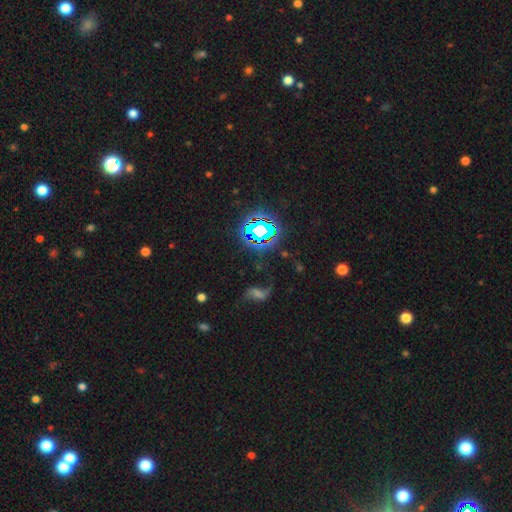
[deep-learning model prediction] Smooth or featured: star or artifact — 77% (smooth — 14%)